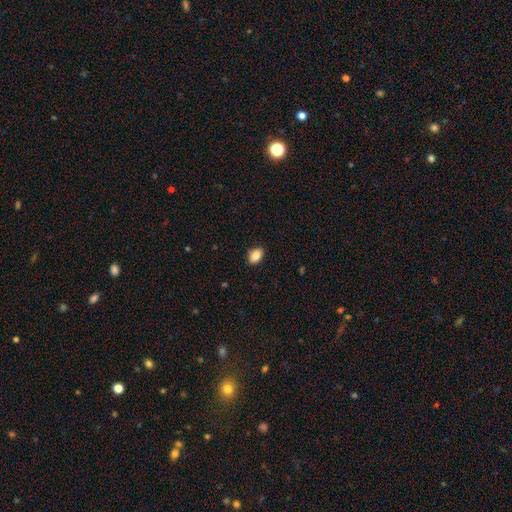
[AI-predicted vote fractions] Morphology: type=smooth (88%); roundness=in between (84%); merging=none (86%).